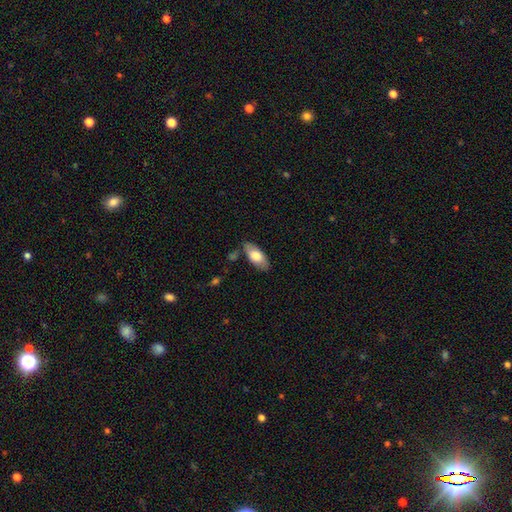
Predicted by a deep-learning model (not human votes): Overall: smooth (74%). How rounded: in between (89%). Merging: none (78%).